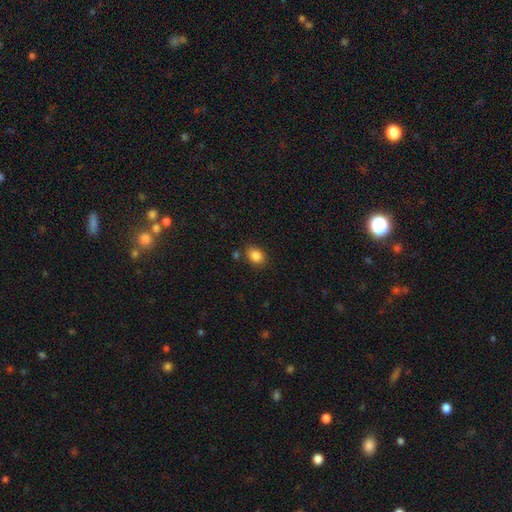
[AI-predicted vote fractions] Morphology: type=smooth (85%); roundness=in between (60%); merging=none (80%).